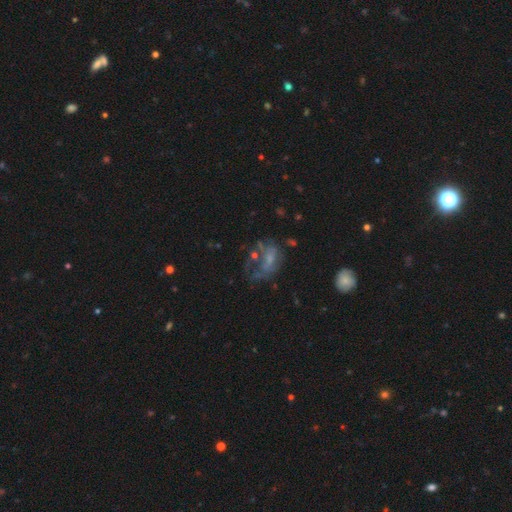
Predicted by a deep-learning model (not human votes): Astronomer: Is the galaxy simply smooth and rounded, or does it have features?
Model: featured or disk — 51% (runner-up: smooth, 28%).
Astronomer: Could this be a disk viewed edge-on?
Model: no — 96%.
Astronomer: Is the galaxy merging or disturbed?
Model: major disturbance — 37% (runner-up: none, 35%).